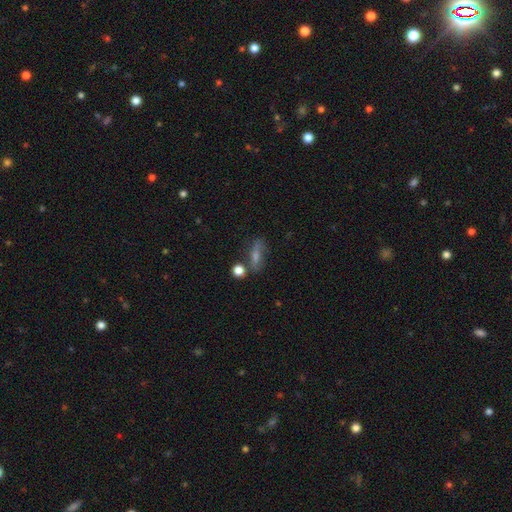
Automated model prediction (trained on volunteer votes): Q: Smooth or featured?
A: smooth (42%); runner-up: featured or disk (39%)
Q: Merging?
A: none (59%); runner-up: minor disturbance (20%)